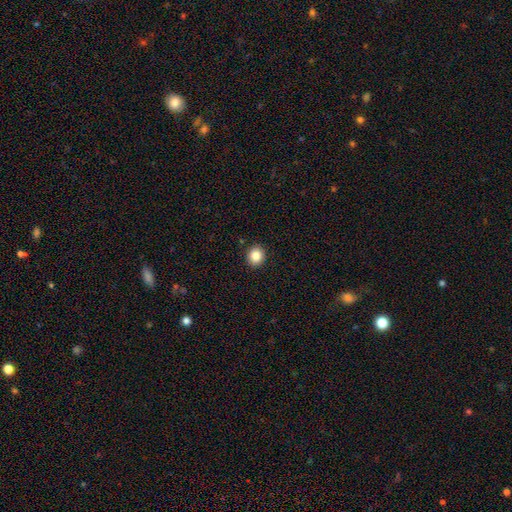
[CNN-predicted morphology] smooth 85%, star or artifact 10%, featured or disk 5%. Down the decision tree: how rounded — round (78%); merging — none (92%).